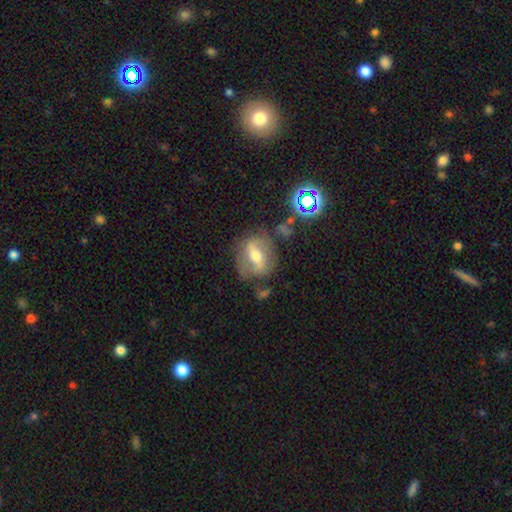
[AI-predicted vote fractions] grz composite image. It shows a featured or disk galaxy (60%). Merging: none (64%).